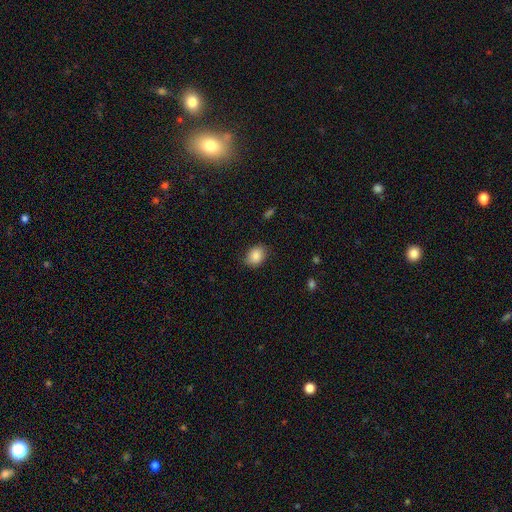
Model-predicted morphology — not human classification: Smooth or featured? Predicted: smooth (p=0.86). How rounded? Predicted: in between (p=0.65). Merging? Predicted: none (p=0.80).